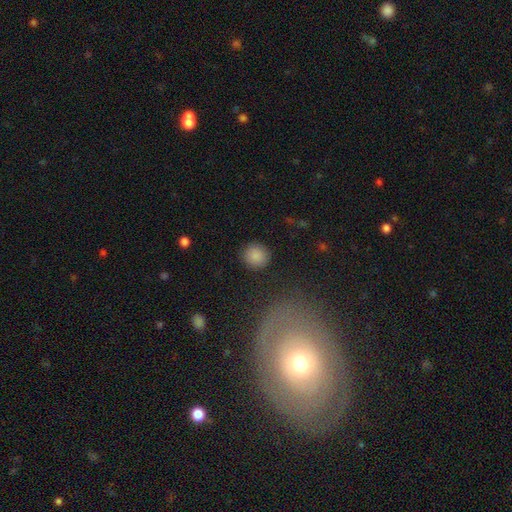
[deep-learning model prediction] Smooth or featured?
  - smooth: 87% *
  - star or artifact: 9%
  - featured or disk: 4%
How rounded?
  - round: 93% *
  - in between: 6%
  - cigar-shaped: 1%
Merging?
  - none: 90% *
  - minor disturbance: 6%
  - major disturbance: 2%
  - merger: 1%